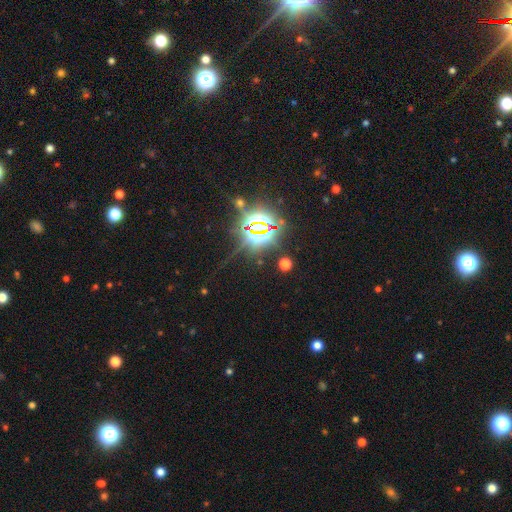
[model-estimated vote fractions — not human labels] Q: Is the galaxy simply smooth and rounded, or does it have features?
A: star or artifact — 83%.